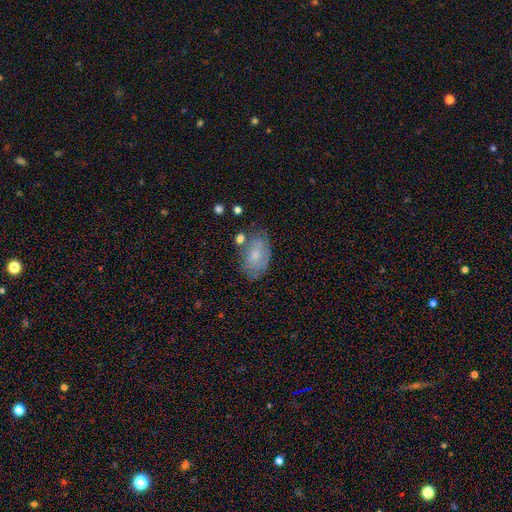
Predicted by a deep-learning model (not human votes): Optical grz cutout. It shows a smooth galaxy with no disk features (61%) that is in between round and cigar-shaped (89%). Merging: none (62%).